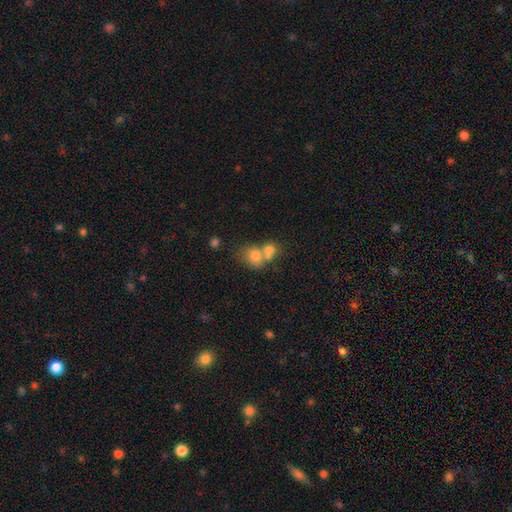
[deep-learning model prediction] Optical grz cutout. It shows a smooth galaxy with no disk features (71%) that is round (62%). Merging: merger (60%).